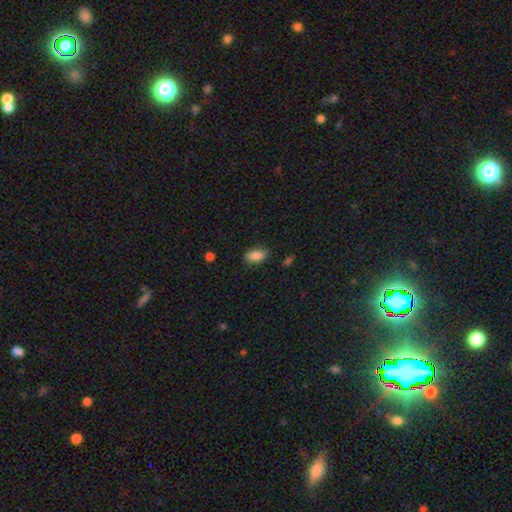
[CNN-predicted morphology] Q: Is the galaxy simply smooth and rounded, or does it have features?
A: smooth — 86%.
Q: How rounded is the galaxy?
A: in between — 91%.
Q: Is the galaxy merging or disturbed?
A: none — 79%.